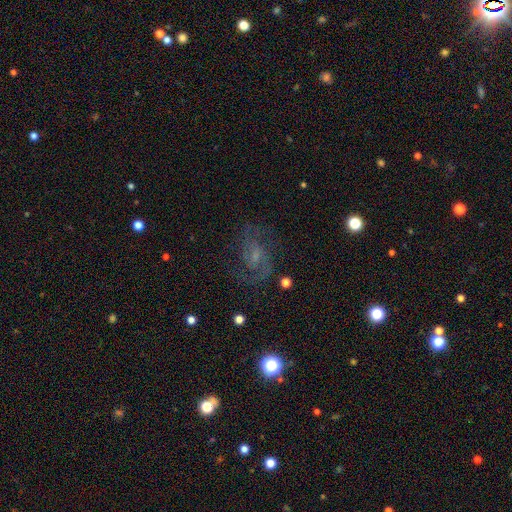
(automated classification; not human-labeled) Smooth or featured?
  - featured or disk: 77% *
  - star or artifact: 13%
  - smooth: 11%
Edge-on disk?
  - no: 97% *
  - yes: 3%
Bar?
  - weak: 51% *
  - no: 39%
  - strong: 11%
Spiral arms?
  - yes: 94% *
  - no: 6%
Spiral winding?
  - medium: 53% *
  - tight: 24%
  - loose: 23%
Spiral arm count?
  - 2: 76% *
  - can't tell: 11%
  - 3: 5%
  - 1: 4%
  - 4: 2%
  - more than 4: 2%
Bulge size?
  - small: 56% *
  - moderate: 25%
  - none: 15%
  - large: 3%
  - dominant: 1%
Merging?
  - none: 72% *
  - minor disturbance: 15%
  - major disturbance: 11%
  - merger: 2%